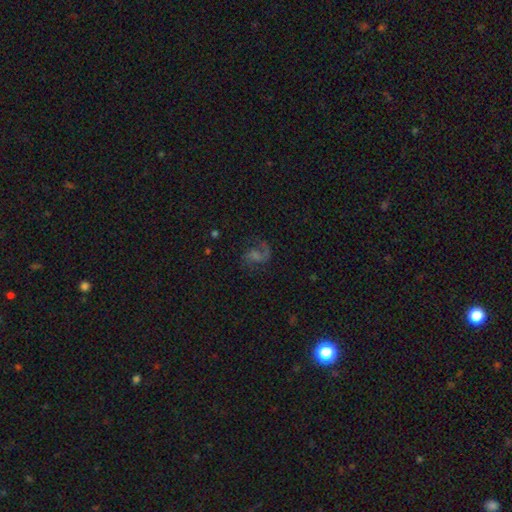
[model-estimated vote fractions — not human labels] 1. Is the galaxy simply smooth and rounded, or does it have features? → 71% featured or disk, 16% star or artifact, 13% smooth.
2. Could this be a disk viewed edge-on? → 98% no, 2% yes.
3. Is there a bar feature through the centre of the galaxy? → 47% no, 42% weak, 11% strong.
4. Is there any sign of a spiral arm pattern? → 94% yes, 6% no.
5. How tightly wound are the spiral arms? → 46% medium, 43% loose, 11% tight.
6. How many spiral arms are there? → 73% 2, 20% 1, 4% can't tell, 1% 3, 1% 4, 1% more than 4.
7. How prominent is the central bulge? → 33% small, 30% none, 26% moderate, 8% large, 2% dominant.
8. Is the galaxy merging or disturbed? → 66% none, 16% major disturbance, 15% minor disturbance, 2% merger.